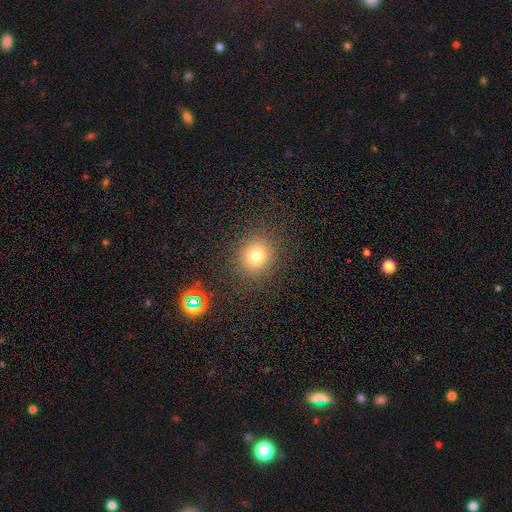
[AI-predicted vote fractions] Overall: smooth (74%). How rounded: round (81%). Merging: none (87%).